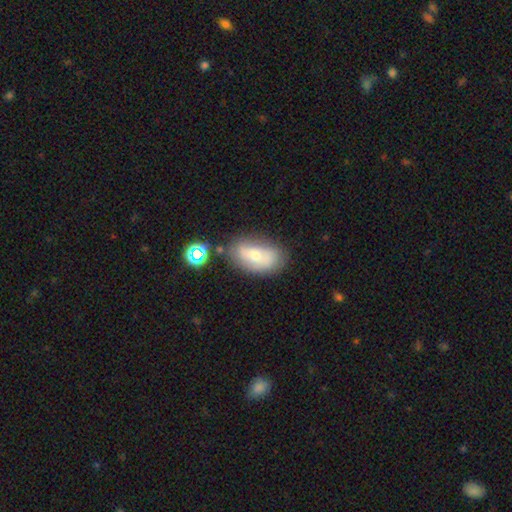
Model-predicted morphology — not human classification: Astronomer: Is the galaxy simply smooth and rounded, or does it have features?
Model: smooth — 58%.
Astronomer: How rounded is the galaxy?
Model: in between — 89%.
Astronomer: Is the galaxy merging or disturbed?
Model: none — 59%.